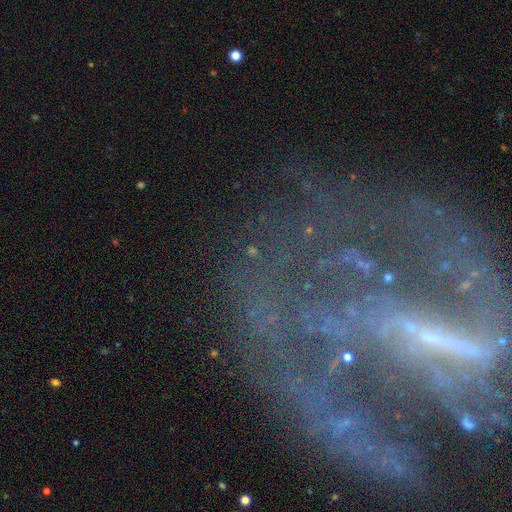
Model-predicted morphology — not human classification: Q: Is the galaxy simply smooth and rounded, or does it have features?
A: featured or disk — 63%.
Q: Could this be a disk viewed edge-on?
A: no — 92%.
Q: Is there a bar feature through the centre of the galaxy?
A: no — 37%.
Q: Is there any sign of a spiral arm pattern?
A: yes — 65%.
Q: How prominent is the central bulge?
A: small — 48%.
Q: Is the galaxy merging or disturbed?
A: none — 58%.